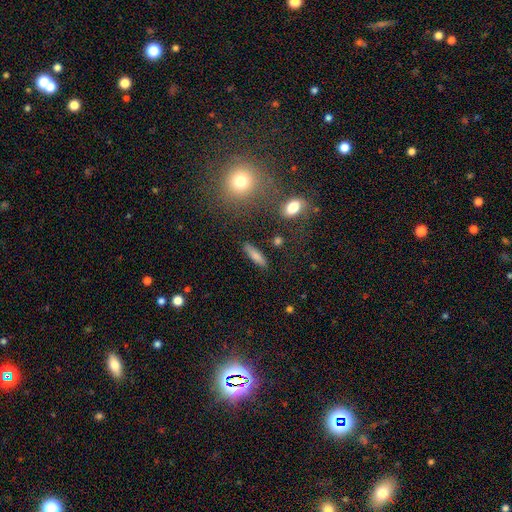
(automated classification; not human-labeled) This is likely a smooth galaxy (78%). How rounded: likely cigar-shaped (68%). Merging: clearly none (85%).